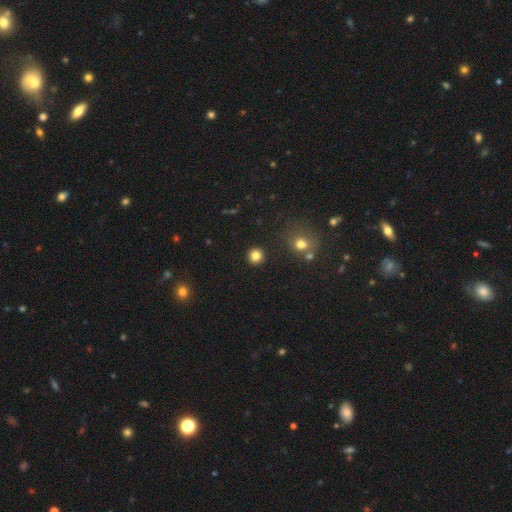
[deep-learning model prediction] A smooth galaxy with no disk features (83%) that is round (94%). Merging: none (92%).